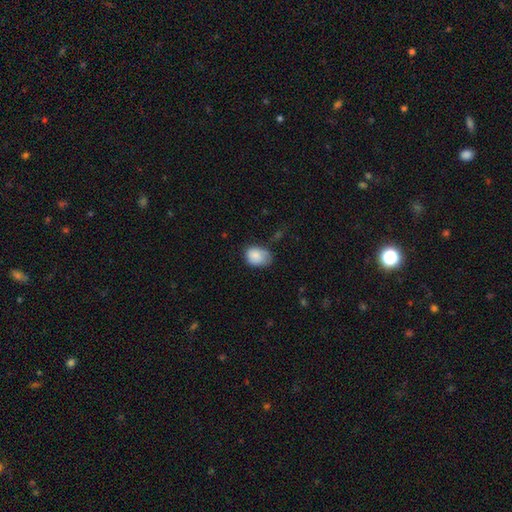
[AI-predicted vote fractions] Smooth or featured? smooth (84%)
How rounded? in between (66%)
Merging? none (48%)